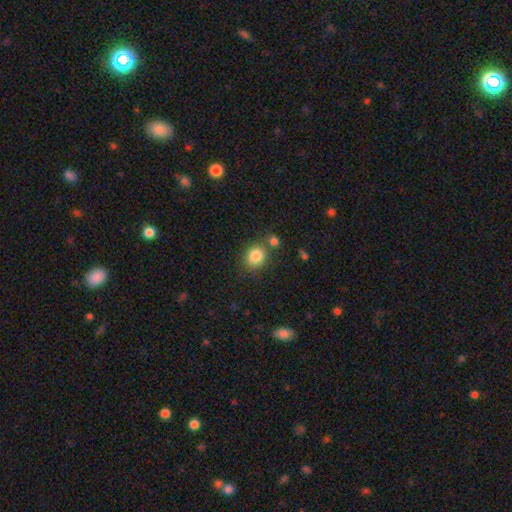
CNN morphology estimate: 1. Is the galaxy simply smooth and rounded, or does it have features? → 84% smooth, 10% star or artifact, 6% featured or disk.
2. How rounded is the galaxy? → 70% round, 29% in between, 1% cigar-shaped.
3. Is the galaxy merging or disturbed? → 68% none, 15% merger, 13% minor disturbance, 4% major disturbance.